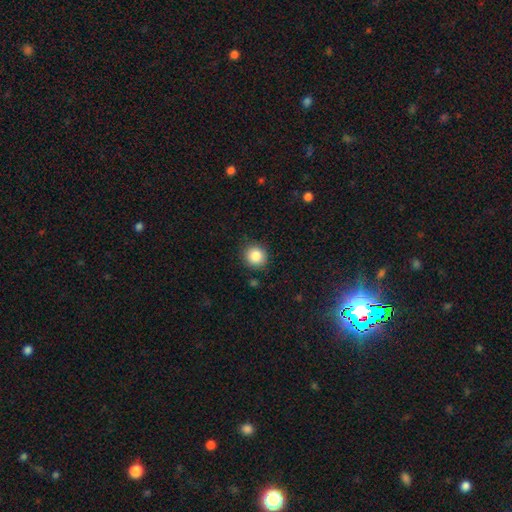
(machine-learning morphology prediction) Smooth or featured?
  - smooth: 85% *
  - star or artifact: 10%
  - featured or disk: 5%
How rounded?
  - round: 91% *
  - in between: 9%
  - cigar-shaped: 1%
Merging?
  - none: 88% *
  - minor disturbance: 8%
  - major disturbance: 2%
  - merger: 1%